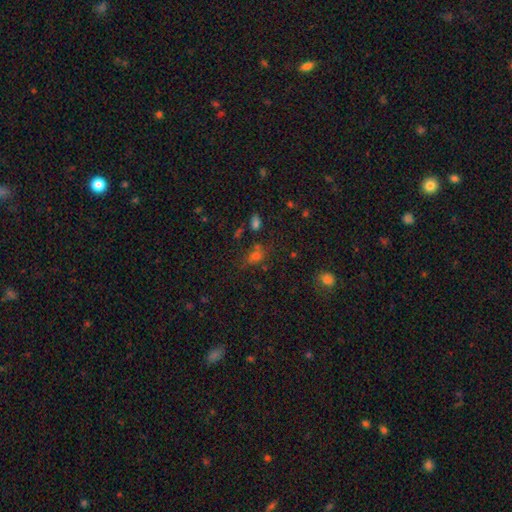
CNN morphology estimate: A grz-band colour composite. It shows a smooth galaxy with no disk features (55%) that is in between round and cigar-shaped (59%). Merging: none (59%).